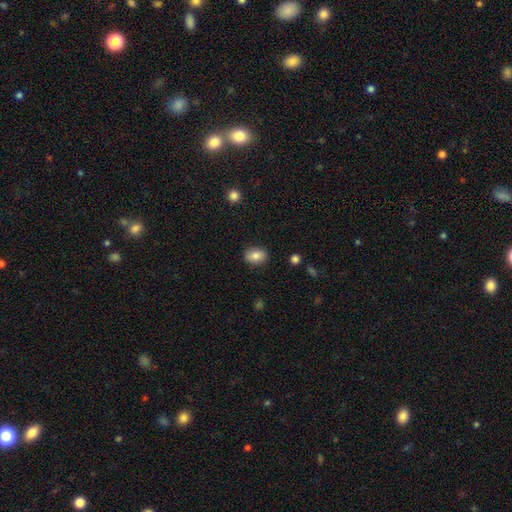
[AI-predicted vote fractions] Smooth or featured? smooth (82%)
How rounded? in between (76%)
Merging? none (88%)